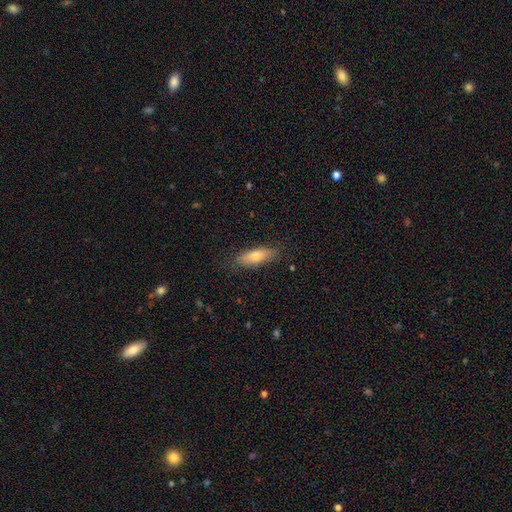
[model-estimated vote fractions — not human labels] This is likely a smooth galaxy (71%). How rounded: possibly in between (57%). Merging: clearly none (83%).